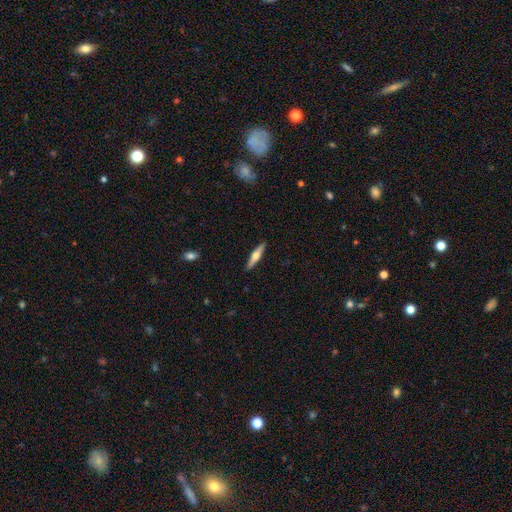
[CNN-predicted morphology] The model was most divided on "smooth or featured": featured or disk: 55%, smooth: 40%, star or artifact: 6%. More confident: edge-on disk — yes (94%); edge-on bulge — rounded (94%); merging — none (91%).